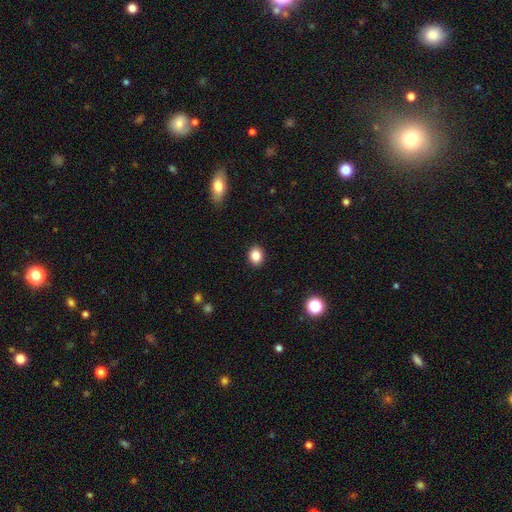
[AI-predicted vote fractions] smooth 85%, star or artifact 10%, featured or disk 5%. Down the decision tree: how rounded — round (57%); merging — none (91%).